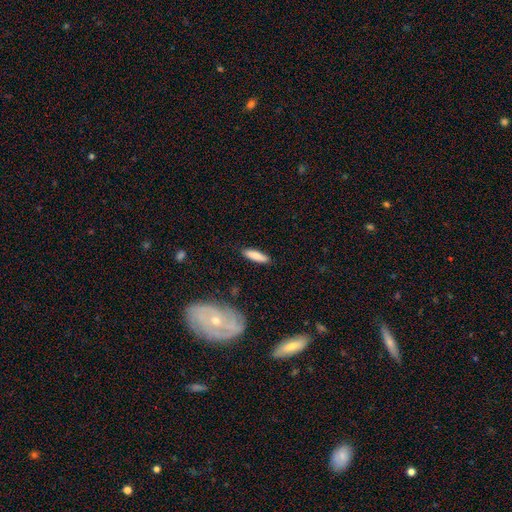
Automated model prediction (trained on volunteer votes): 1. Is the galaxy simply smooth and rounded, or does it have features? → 82% smooth, 13% featured or disk, 6% star or artifact.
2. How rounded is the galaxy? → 65% cigar-shaped, 33% in between, 2% round.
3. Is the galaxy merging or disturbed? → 87% none, 10% minor disturbance, 2% major disturbance, 2% merger.